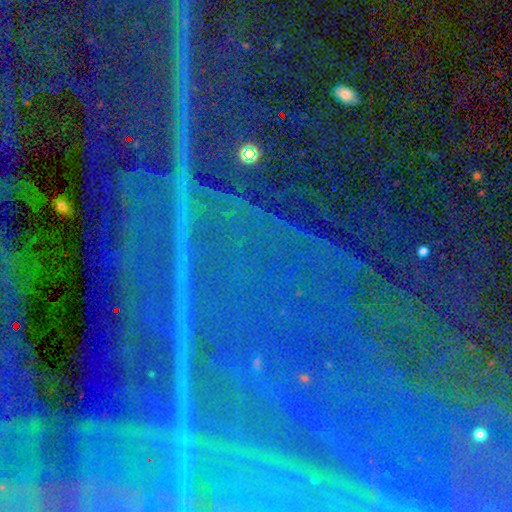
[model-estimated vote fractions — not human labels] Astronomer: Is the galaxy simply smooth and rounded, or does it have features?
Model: star or artifact — 89%.